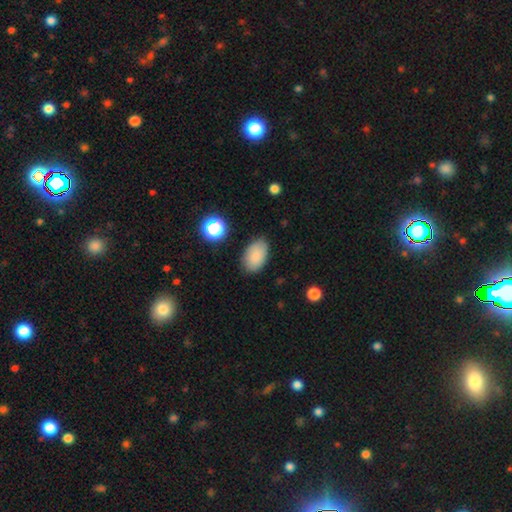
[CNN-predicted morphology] A smooth galaxy with no disk features (84%) that is in between round and cigar-shaped (92%).

Vote fractions:
- Smooth or featured? smooth: 84% / star or artifact: 9% / featured or disk: 7%
- How rounded? in between: 92% / round: 7% / cigar-shaped: 1%
- Merging? none: 82% / minor disturbance: 13% / major disturbance: 3% / merger: 2%